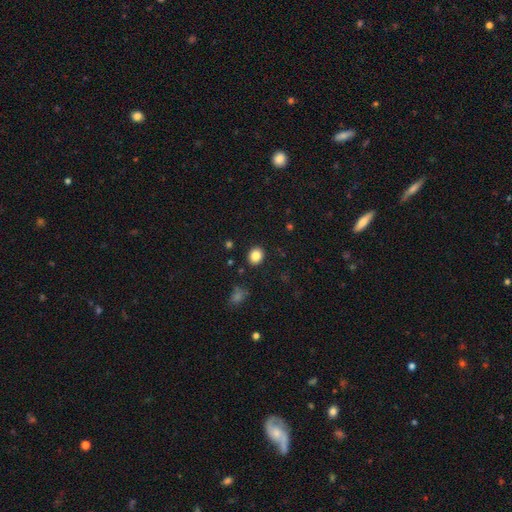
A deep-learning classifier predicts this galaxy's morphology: Smooth or featured? smooth (85%)
How rounded? round (64%)
Merging? none (90%)